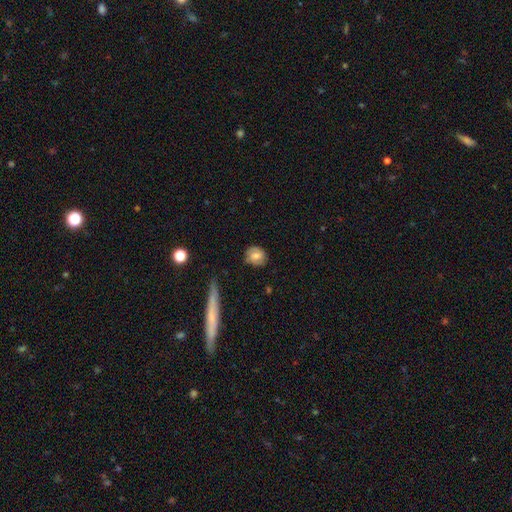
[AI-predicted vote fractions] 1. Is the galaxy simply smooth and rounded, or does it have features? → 68% smooth, 24% featured or disk, 8% star or artifact.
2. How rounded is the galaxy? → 68% round, 30% in between, 2% cigar-shaped.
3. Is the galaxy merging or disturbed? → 77% none, 18% minor disturbance, 4% major disturbance, 2% merger.